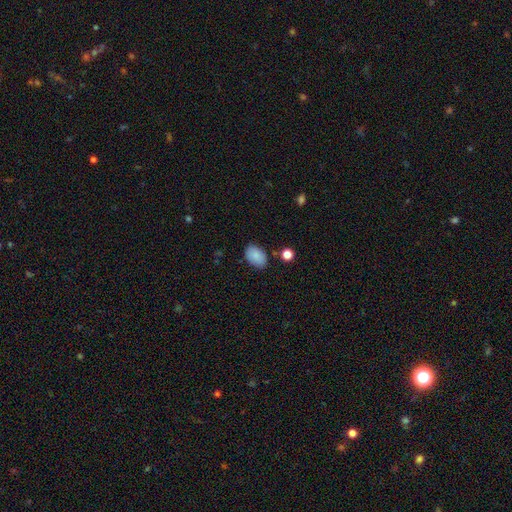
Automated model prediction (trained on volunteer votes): This appears to be a smooth galaxy with no disk features (87%) that is in between round and cigar-shaped (89%). Merging: none (82%).